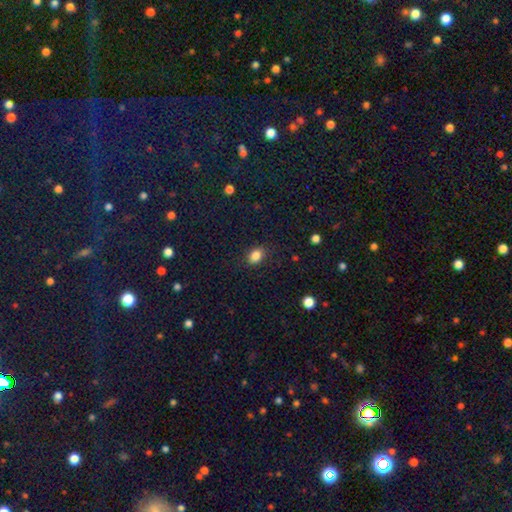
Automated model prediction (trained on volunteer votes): A smooth galaxy with no disk features (84%) that is in between round and cigar-shaped (72%). Merging: none (85%).